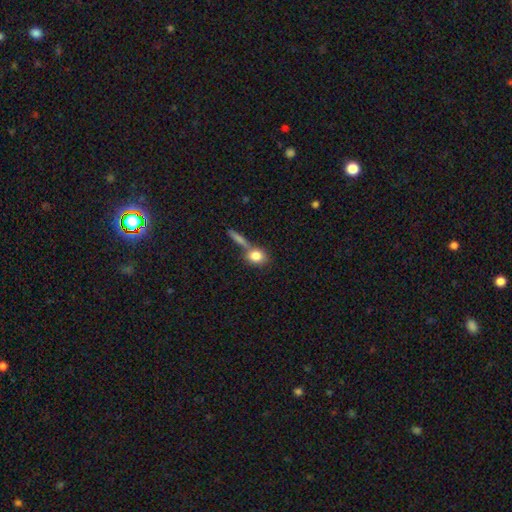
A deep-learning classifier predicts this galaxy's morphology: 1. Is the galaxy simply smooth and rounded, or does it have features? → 81% smooth, 11% featured or disk, 8% star or artifact.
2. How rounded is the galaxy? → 51% round, 42% in between, 7% cigar-shaped.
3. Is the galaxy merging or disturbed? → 48% none, 36% merger, 11% minor disturbance, 6% major disturbance.